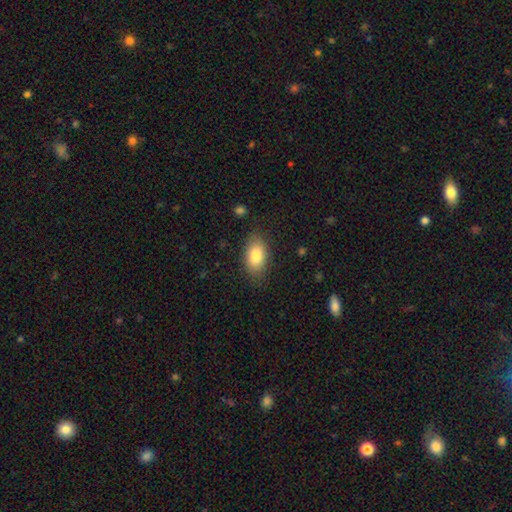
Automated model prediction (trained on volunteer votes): Smooth or featured? smooth (84%)
How rounded? in between (91%)
Merging? none (81%)